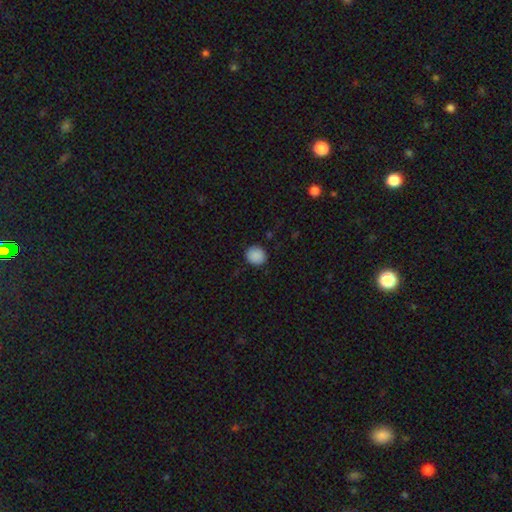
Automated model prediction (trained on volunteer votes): Overall: smooth (89%). How rounded: round (84%). Merging: none (90%).